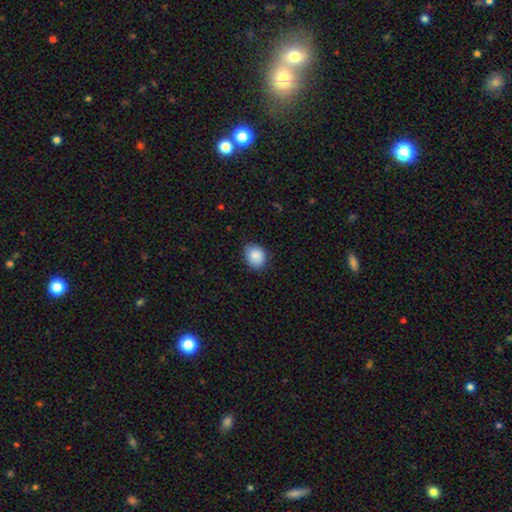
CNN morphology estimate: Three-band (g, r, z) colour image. It shows a smooth galaxy with no disk features (88%) that is round (50%). Merging: none (80%).